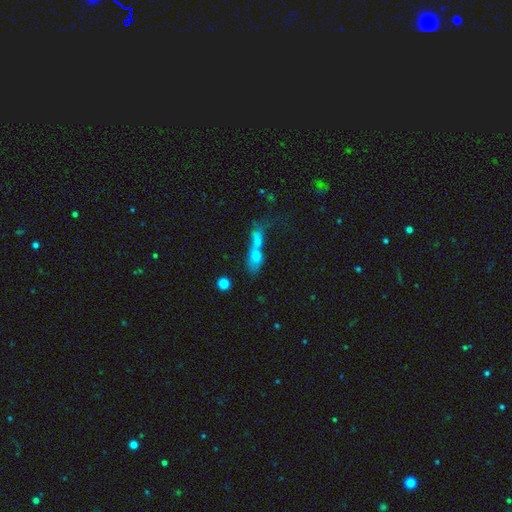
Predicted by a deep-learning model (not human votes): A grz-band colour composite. It shows a smooth galaxy with no disk features (67%) that is in between round and cigar-shaped (60%). Merging: merger (72%).